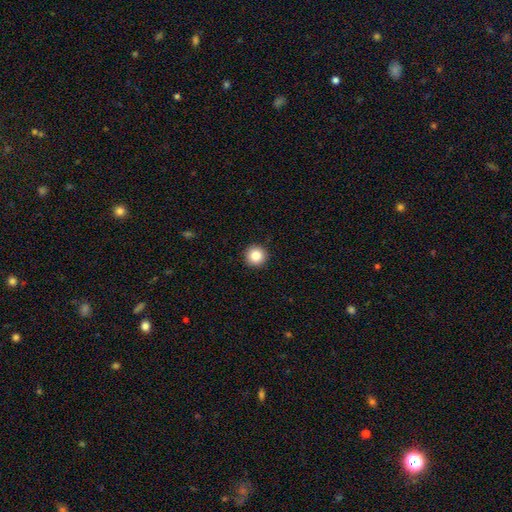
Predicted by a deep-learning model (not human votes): The model was most divided on "smooth or featured": smooth: 86%, star or artifact: 10%, featured or disk: 4%. More confident: how rounded — round (96%); merging — none (93%).